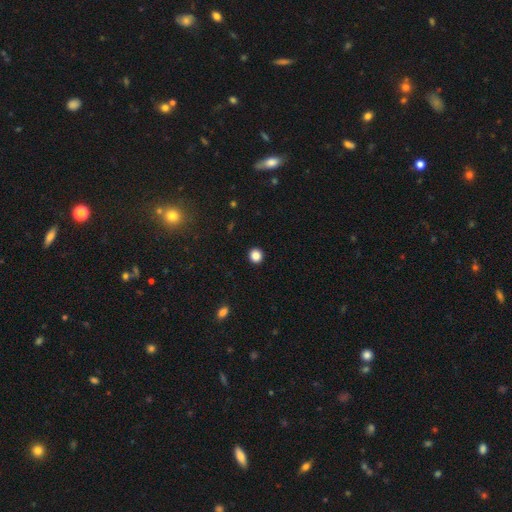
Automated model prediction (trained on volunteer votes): This is clearly a smooth galaxy (87%). How rounded: clearly round (91%). Merging: clearly none (93%).